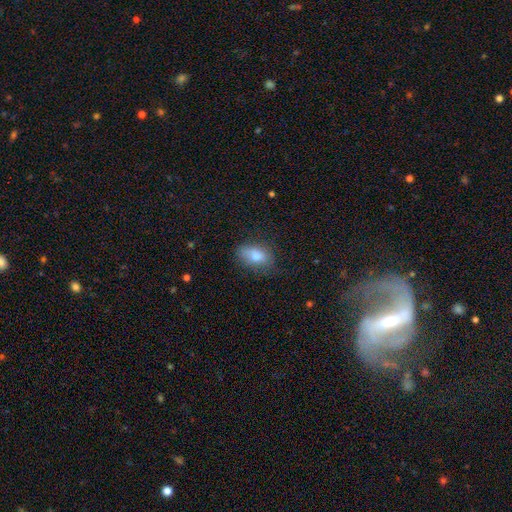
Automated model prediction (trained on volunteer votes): smooth-or-featured: smooth: 78% | featured or disk: 13% | star or artifact: 9%
  how-rounded: in between: 87% | round: 10% | cigar-shaped: 3%
  merging: none: 62% | minor disturbance: 28% | major disturbance: 9% | merger: 2%